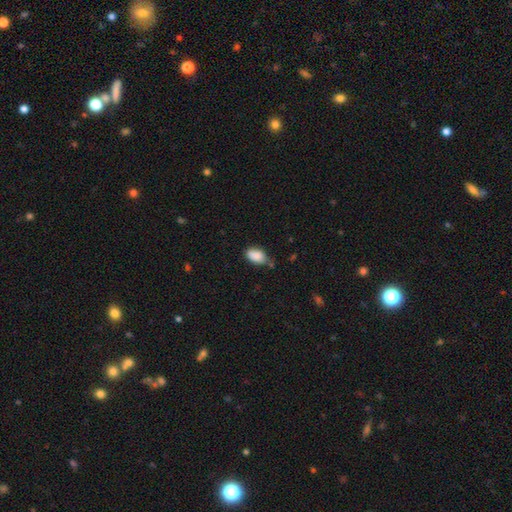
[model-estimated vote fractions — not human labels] Smooth or featured?
  - smooth: 87% *
  - star or artifact: 8%
  - featured or disk: 6%
How rounded?
  - in between: 92% *
  - round: 6%
  - cigar-shaped: 2%
Merging?
  - none: 62% *
  - minor disturbance: 27%
  - merger: 6%
  - major disturbance: 5%